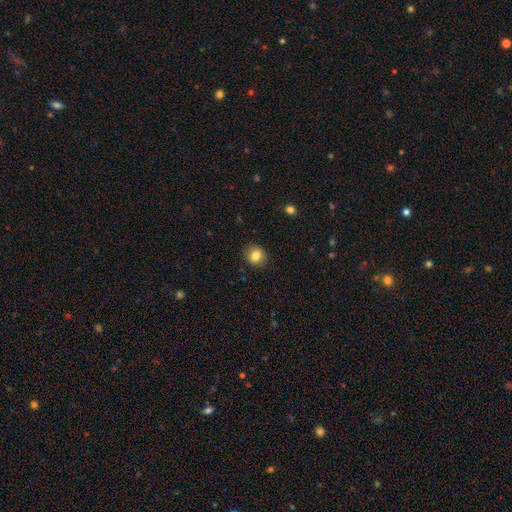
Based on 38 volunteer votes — A smooth galaxy with no disk features (82%) that is round (65%). Merging: none (86%).